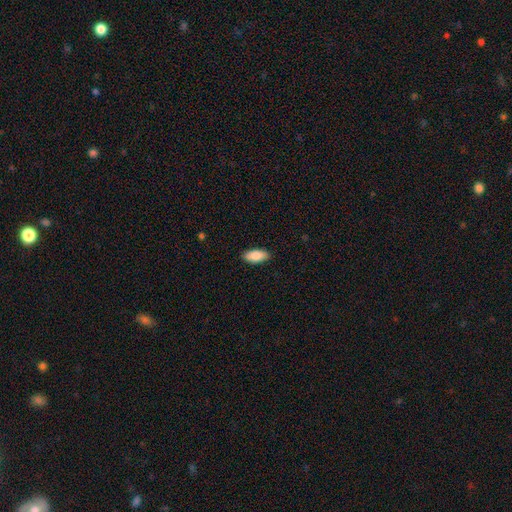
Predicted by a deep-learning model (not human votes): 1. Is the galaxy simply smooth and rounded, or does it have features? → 87% smooth, 7% featured or disk, 6% star or artifact.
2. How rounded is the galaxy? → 88% in between, 10% cigar-shaped, 2% round.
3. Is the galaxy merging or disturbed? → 89% none, 8% minor disturbance, 2% major disturbance, 1% merger.